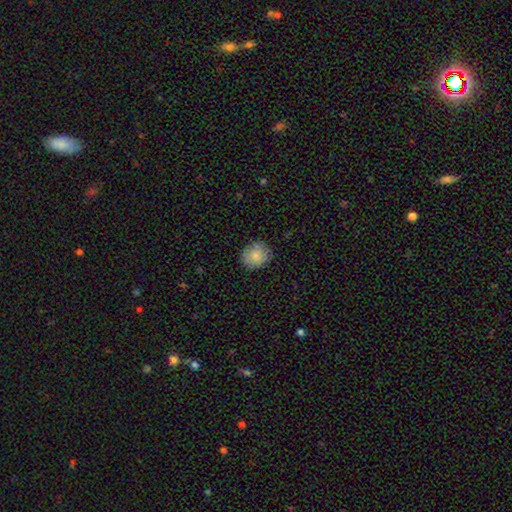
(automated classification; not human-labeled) Q: Smooth or featured?
A: smooth (85%); runner-up: star or artifact (8%)
Q: How rounded?
A: round (74%); runner-up: in between (25%)
Q: Merging?
A: none (83%); runner-up: minor disturbance (13%)